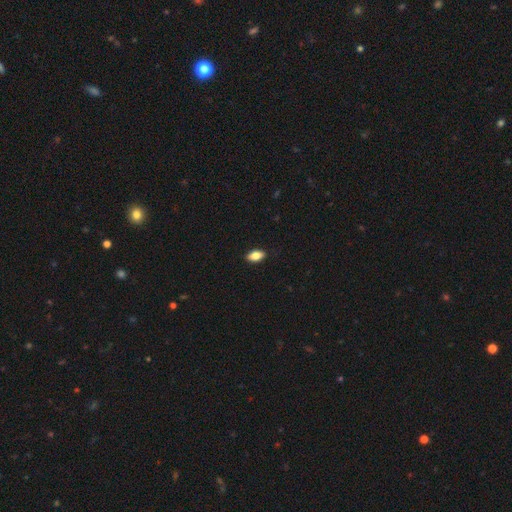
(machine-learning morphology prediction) smooth-or-featured: smooth: 81% | featured or disk: 11% | star or artifact: 8%
  how-rounded: in between: 89% | cigar-shaped: 6% | round: 5%
  merging: none: 88% | minor disturbance: 9% | major disturbance: 2% | merger: 1%